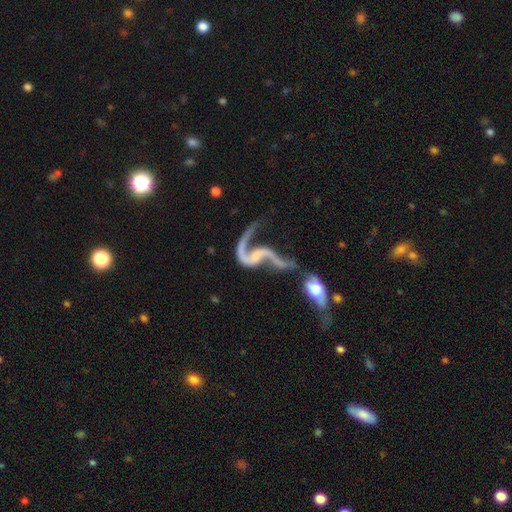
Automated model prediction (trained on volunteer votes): Smooth or featured? Predicted: featured or disk (p=0.87). Edge-on disk? Predicted: no (p=0.95). Bar? Predicted: no (p=0.52). Spiral arms? Predicted: yes (p=0.91). Spiral winding? Predicted: loose (p=0.80). Spiral arm count? Predicted: 2 (p=0.80). Bulge size? Predicted: small (p=0.42). Merging? Predicted: merger (p=0.37).